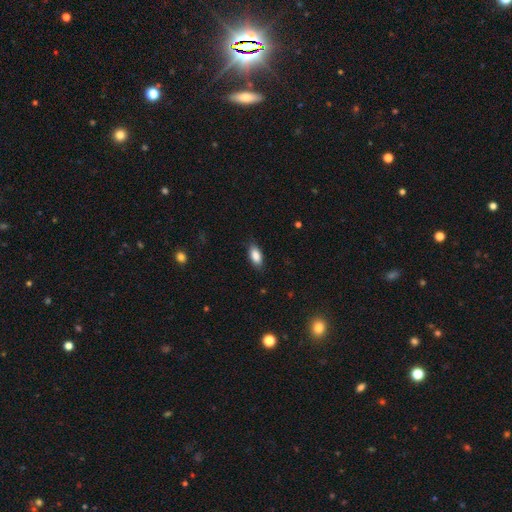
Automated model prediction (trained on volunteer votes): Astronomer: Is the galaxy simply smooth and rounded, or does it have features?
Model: smooth — 87%.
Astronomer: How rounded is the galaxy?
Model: in between — 88%.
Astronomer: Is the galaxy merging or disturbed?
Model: none — 84%.